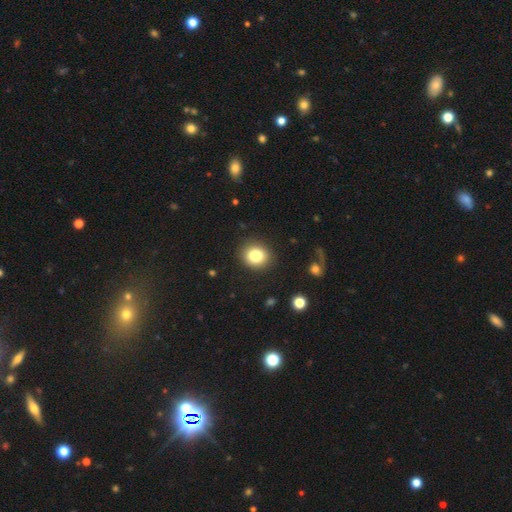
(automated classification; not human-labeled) Smooth or featured? Predicted: smooth (p=0.81). How rounded? Predicted: round (p=0.77). Merging? Predicted: none (p=0.89).